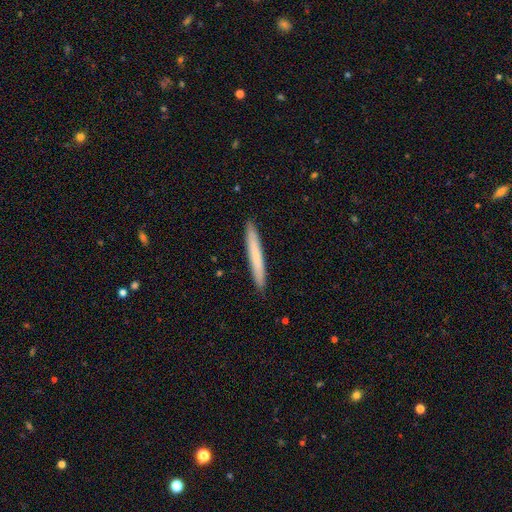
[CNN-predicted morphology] Overall: smooth (72%). How rounded: cigar-shaped (97%). Merging: none (92%).